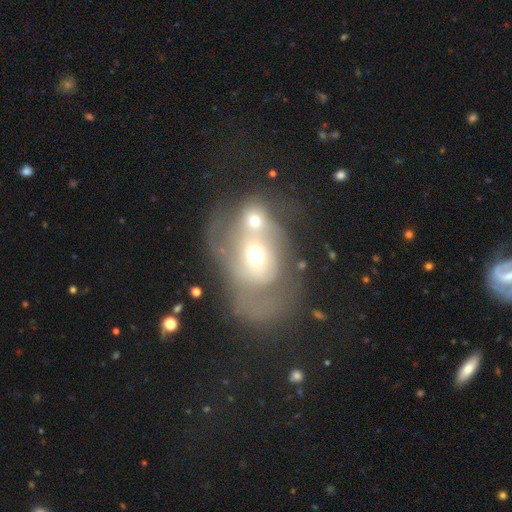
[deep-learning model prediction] Q: Smooth or featured?
A: featured or disk (55%); runner-up: smooth (36%)
Q: Edge-on disk?
A: no (95%); runner-up: yes (5%)
Q: Bar?
A: no (76%); runner-up: weak (19%)
Q: Spiral arms?
A: no (52%); runner-up: yes (48%)
Q: Bulge size?
A: moderate (68%); runner-up: small (15%)
Q: Merging?
A: merger (60%); runner-up: major disturbance (22%)